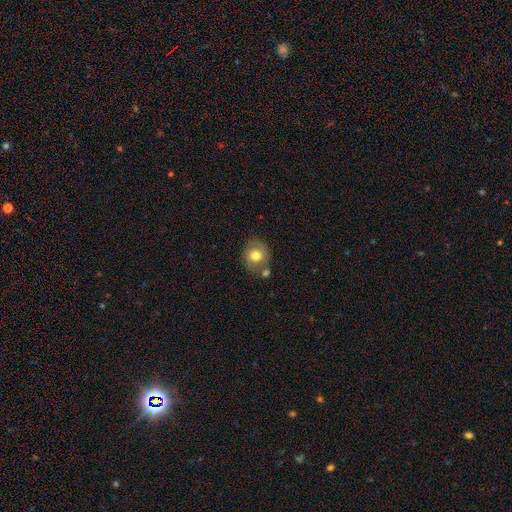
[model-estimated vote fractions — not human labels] smooth 69%, featured or disk 23%, star or artifact 9%. Down the decision tree: how rounded — round (76%); merging — none (65%).